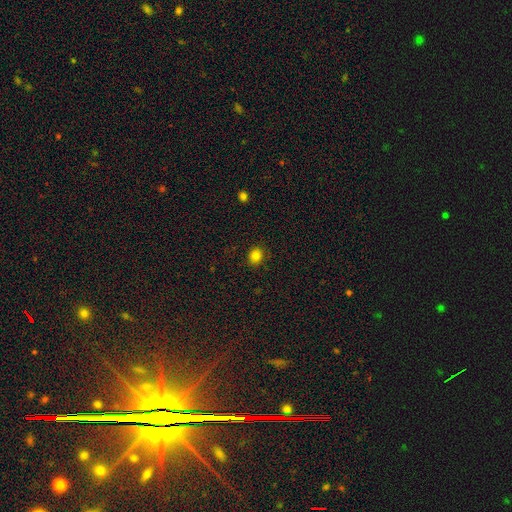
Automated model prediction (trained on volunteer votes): Smooth or featured?
  - smooth: 82% *
  - star or artifact: 13%
  - featured or disk: 5%
How rounded?
  - round: 67% *
  - in between: 32%
  - cigar-shaped: 1%
Merging?
  - none: 89% *
  - minor disturbance: 8%
  - major disturbance: 2%
  - merger: 1%